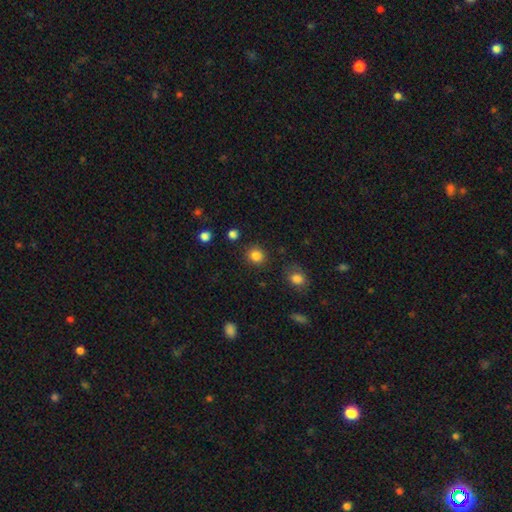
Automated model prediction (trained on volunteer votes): Morphology: type=smooth (84%); roundness=round (85%); merging=none (86%).